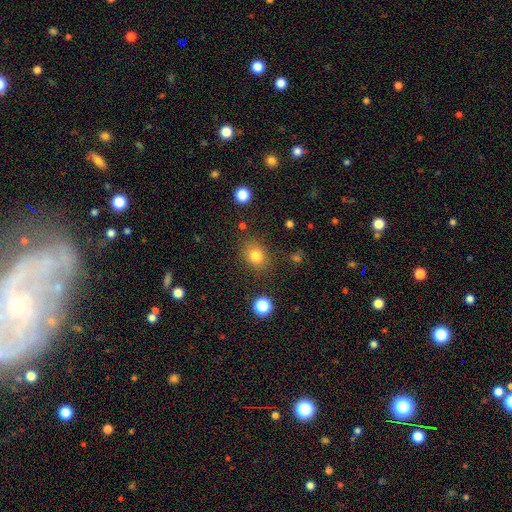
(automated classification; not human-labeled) The model was most divided on "how rounded": round: 57%, in between: 42%, cigar-shaped: 1%. More confident: merging — none (81%); smooth or featured — smooth (80%).